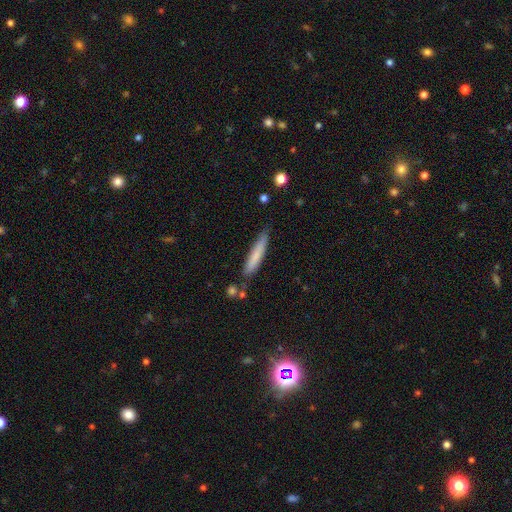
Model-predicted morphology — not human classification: This is likely a smooth galaxy (75%). How rounded: clearly cigar-shaped (91%). Merging: likely none (78%).